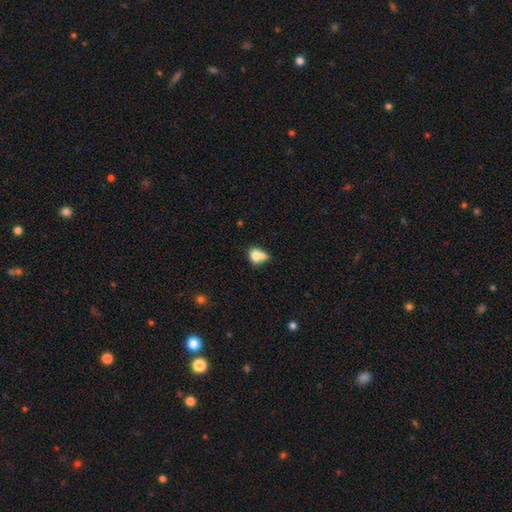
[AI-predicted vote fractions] Smooth or featured? smooth (72%)
How rounded? in between (57%)
Merging? merger (40%)